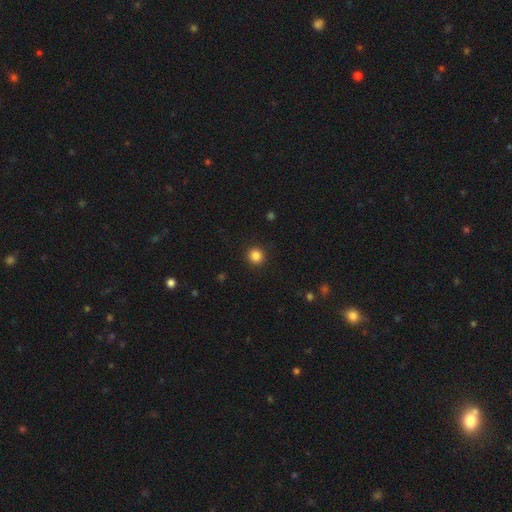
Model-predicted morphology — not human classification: type=smooth (86%); roundness=round (93%); merging=none (92%).